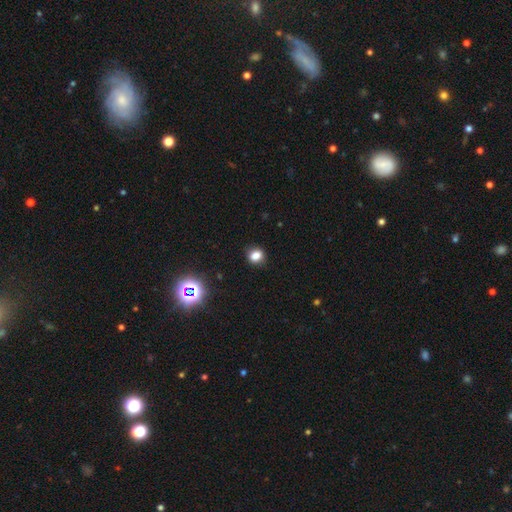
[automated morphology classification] Smooth or featured? Predicted: smooth (p=0.79). How rounded? Predicted: round (p=0.62). Merging? Predicted: none (p=0.87).